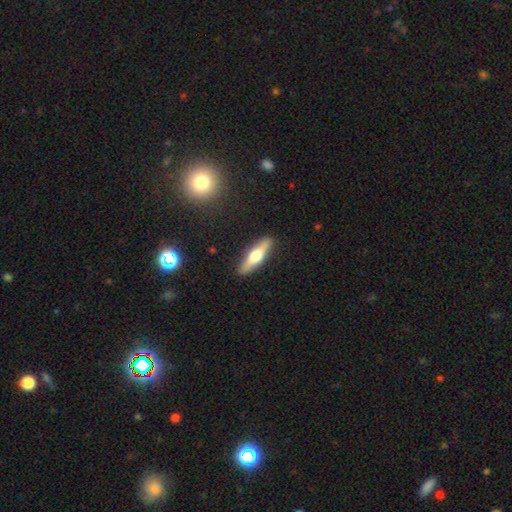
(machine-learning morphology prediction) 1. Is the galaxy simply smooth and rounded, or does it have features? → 50% featured or disk, 45% smooth, 6% star or artifact.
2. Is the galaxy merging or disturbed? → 89% none, 8% minor disturbance, 2% major disturbance, 1% merger.